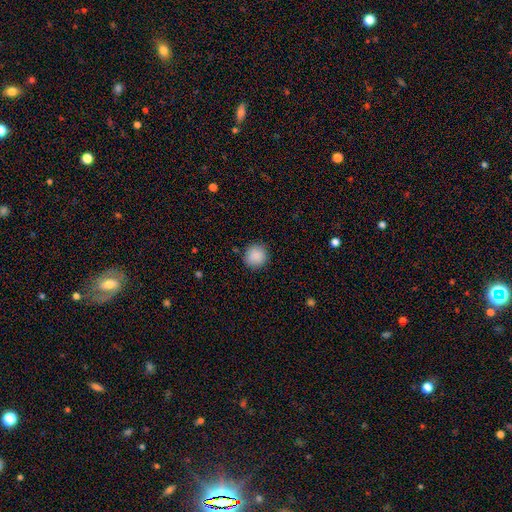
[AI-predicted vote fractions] Smooth or featured?
  - smooth: 89% *
  - star or artifact: 8%
  - featured or disk: 3%
How rounded?
  - round: 94% *
  - in between: 5%
  - cigar-shaped: 1%
Merging?
  - none: 89% *
  - minor disturbance: 7%
  - major disturbance: 2%
  - merger: 1%